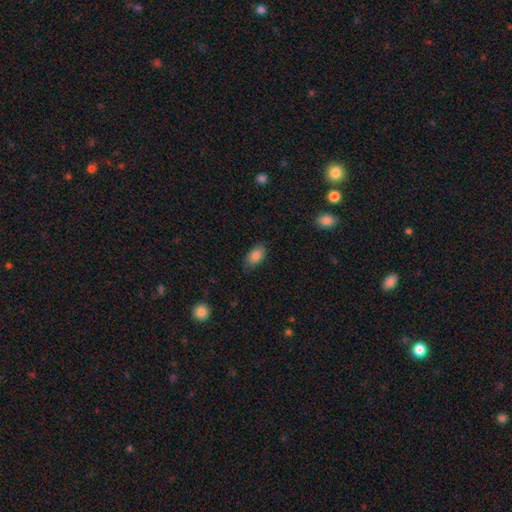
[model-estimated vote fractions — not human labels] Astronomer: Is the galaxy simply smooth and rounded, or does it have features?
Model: smooth — 85%.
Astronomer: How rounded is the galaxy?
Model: in between — 92%.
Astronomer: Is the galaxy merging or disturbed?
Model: none — 77%.